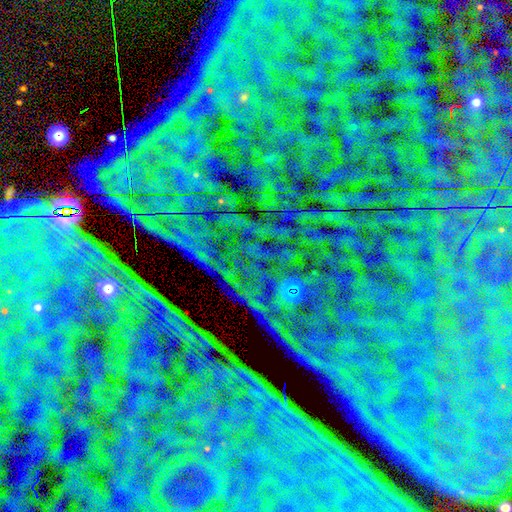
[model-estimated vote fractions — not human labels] This is clearly a star or artifact rather than a galaxy (85%).